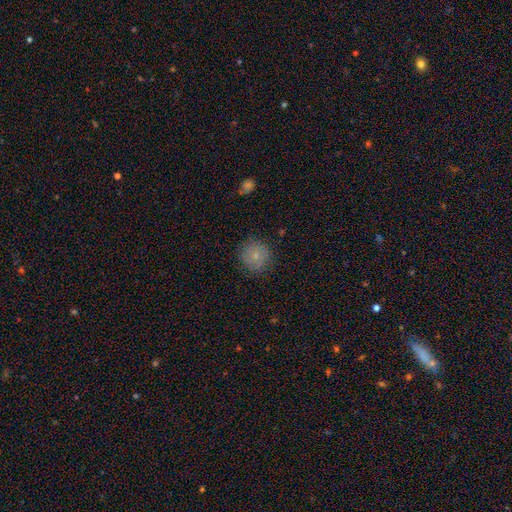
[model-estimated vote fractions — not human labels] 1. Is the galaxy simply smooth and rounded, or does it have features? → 78% smooth, 13% featured or disk, 9% star or artifact.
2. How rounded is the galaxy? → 92% round, 7% in between, 1% cigar-shaped.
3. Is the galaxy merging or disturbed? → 83% none, 13% minor disturbance, 3% major disturbance, 1% merger.